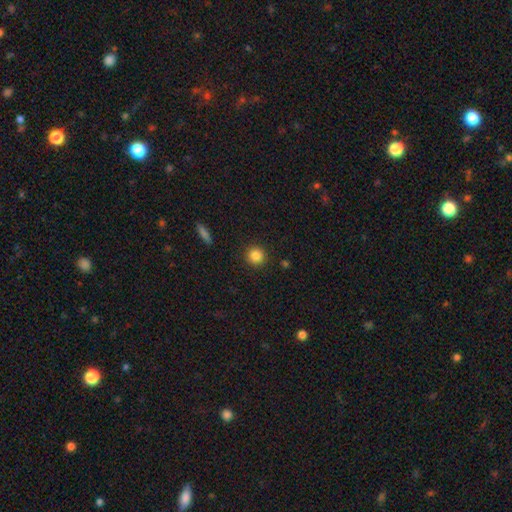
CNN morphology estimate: smooth_or_featured: smooth (p=0.85) [alt: star or artifact p=0.10]
how_rounded: round (p=0.93) [alt: in between p=0.06]
merging: none (p=0.91) [alt: minor disturbance p=0.06]